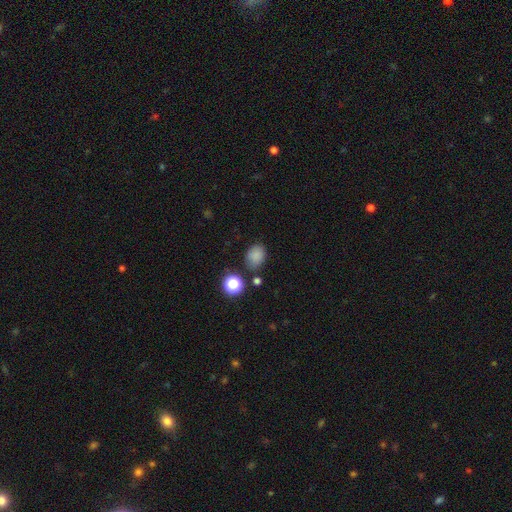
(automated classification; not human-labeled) The model was most divided on "how rounded": in between: 61%, round: 38%, cigar-shaped: 1%. More confident: smooth or featured — smooth (82%); merging — none (76%).